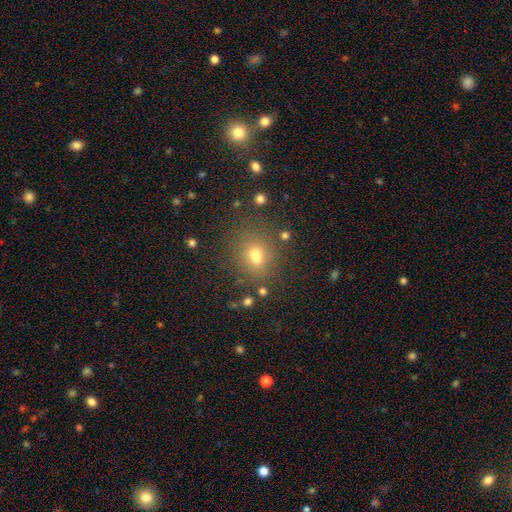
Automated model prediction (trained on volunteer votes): Smooth or featured? Predicted: smooth (p=0.66). How rounded? Predicted: round (p=0.67). Merging? Predicted: none (p=0.64).